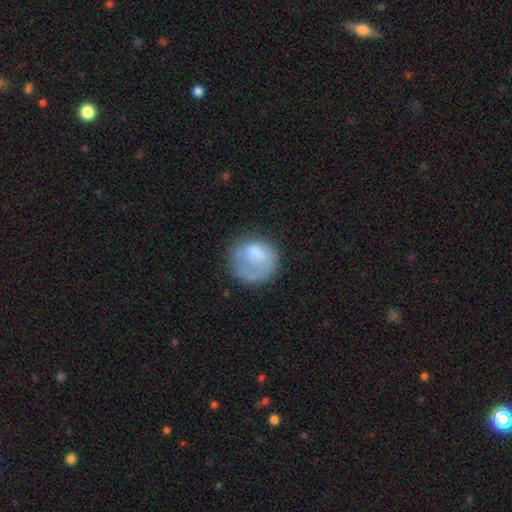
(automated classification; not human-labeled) A smooth galaxy with no disk features (63%) that is round (81%). Merging: none (48%).